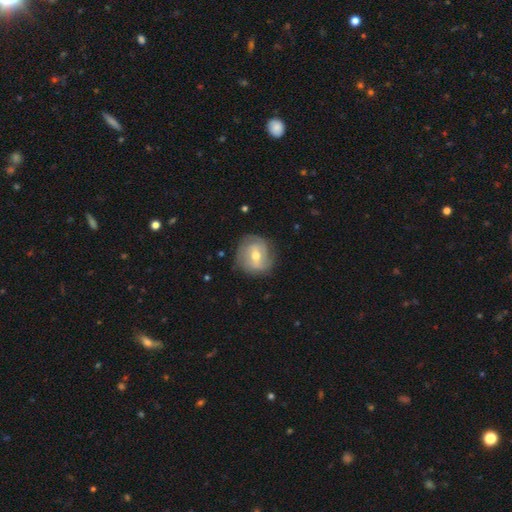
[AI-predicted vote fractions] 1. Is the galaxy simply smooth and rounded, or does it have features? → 65% featured or disk, 28% smooth, 6% star or artifact.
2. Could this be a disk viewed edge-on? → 96% no, 4% yes.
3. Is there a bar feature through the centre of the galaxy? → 53% weak, 24% strong, 23% no.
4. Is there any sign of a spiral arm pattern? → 79% yes, 21% no.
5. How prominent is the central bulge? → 71% moderate, 23% small, 5% large, 1% none, 1% dominant.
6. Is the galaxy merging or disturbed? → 77% none, 16% minor disturbance, 6% major disturbance, 1% merger.